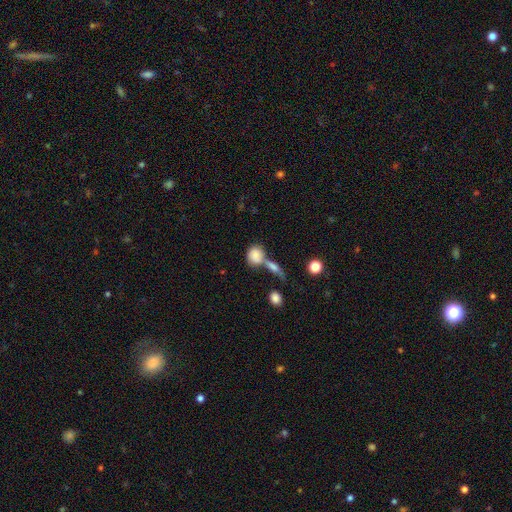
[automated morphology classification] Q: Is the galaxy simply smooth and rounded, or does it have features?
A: smooth — 81%.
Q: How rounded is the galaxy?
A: round — 58%.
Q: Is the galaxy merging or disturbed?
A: merger — 44%.